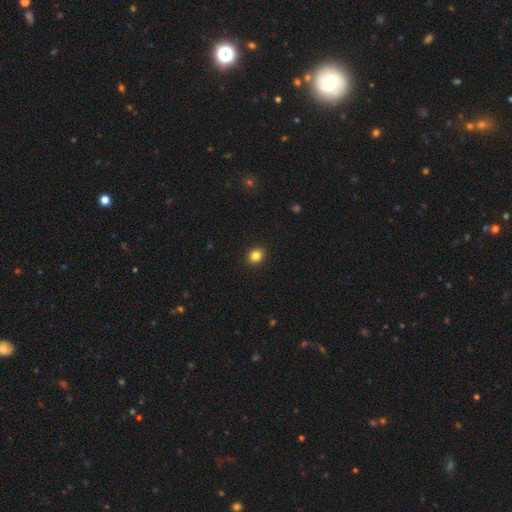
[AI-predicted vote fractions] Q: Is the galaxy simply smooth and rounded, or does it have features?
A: smooth — 84%.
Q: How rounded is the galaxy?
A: round — 78%.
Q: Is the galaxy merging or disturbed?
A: none — 92%.